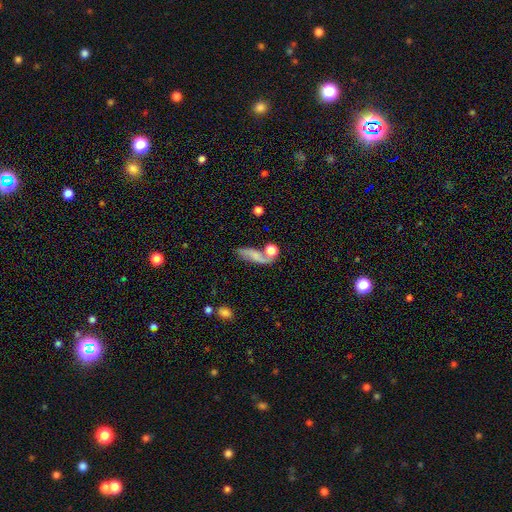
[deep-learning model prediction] Smooth or featured: smooth — 46% (featured or disk — 43%)
Merging: none — 47% (minor disturbance — 20%)